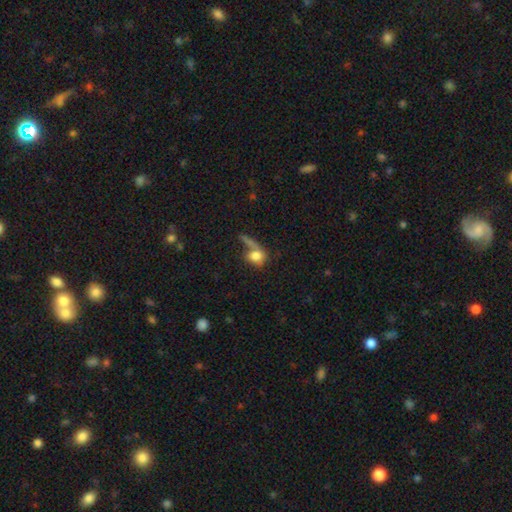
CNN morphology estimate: The model was most divided on "merging": none: 30%, merger: 29%, major disturbance: 27%, minor disturbance: 15%. More confident: smooth or featured — smooth (73%); how rounded — in between (50%).